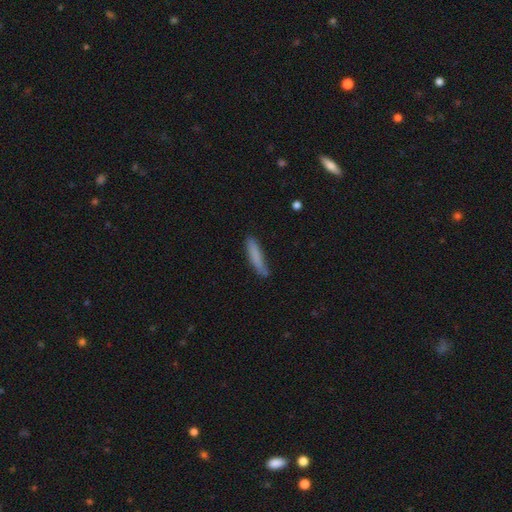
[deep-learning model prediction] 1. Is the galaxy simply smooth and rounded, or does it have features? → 80% smooth, 14% featured or disk, 7% star or artifact.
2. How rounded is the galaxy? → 86% cigar-shaped, 13% in between, 1% round.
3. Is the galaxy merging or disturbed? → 73% none, 20% minor disturbance, 4% major disturbance, 3% merger.